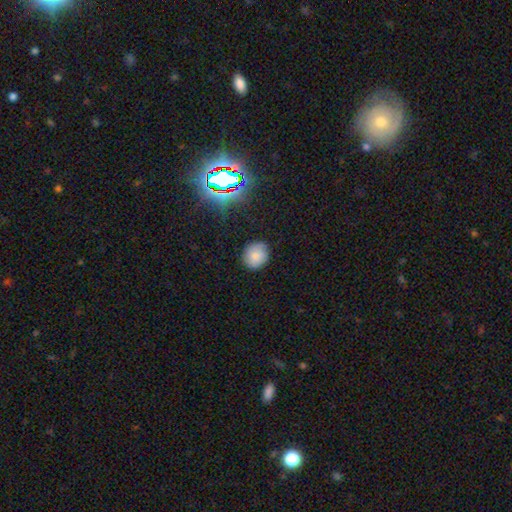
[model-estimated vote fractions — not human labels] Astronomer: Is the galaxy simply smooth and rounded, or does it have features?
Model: smooth — 78%.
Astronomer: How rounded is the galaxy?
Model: round — 79%.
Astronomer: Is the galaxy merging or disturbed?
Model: none — 83%.